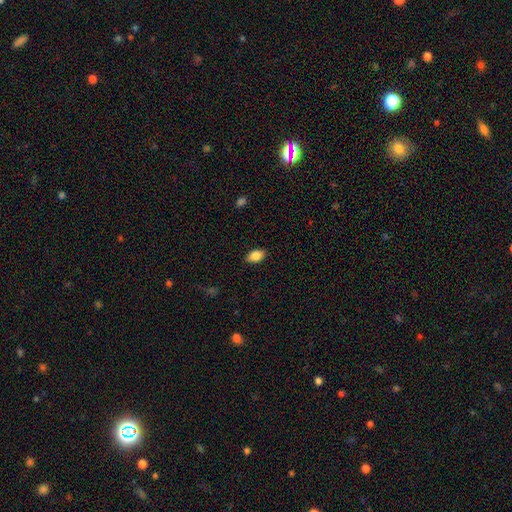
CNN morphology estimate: The model was most divided on "merging": none: 87%, minor disturbance: 9%, major disturbance: 2%, merger: 1%. More confident: how rounded — in between (90%); smooth or featured — smooth (87%).